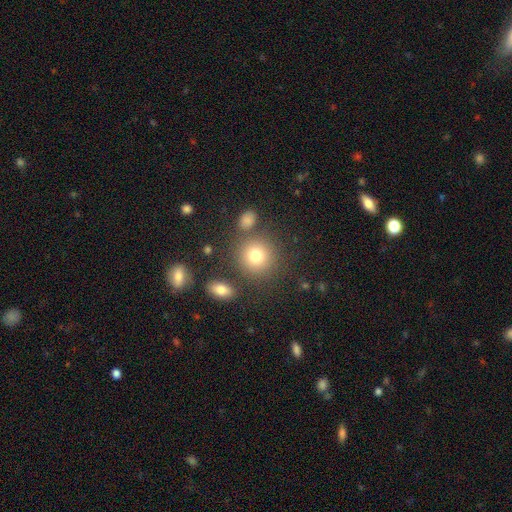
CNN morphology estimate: smooth_or_featured: smooth (p=0.78) [alt: star or artifact p=0.13]
how_rounded: round (p=0.89) [alt: in between p=0.10]
merging: none (p=0.78) [alt: minor disturbance p=0.09]